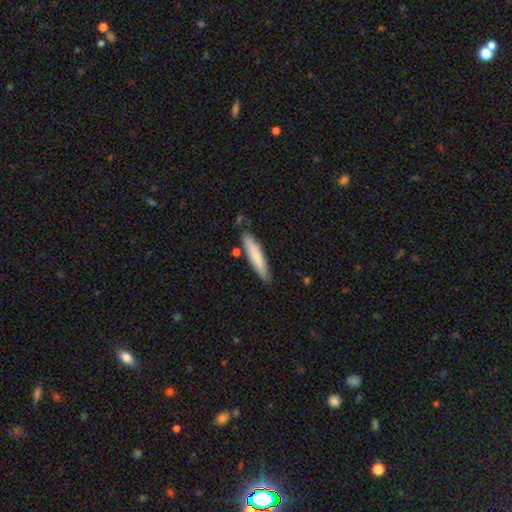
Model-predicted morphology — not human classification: This appears to be a smooth galaxy with no disk features (78%) that is cigar-shaped (87%). Merging: none (82%).